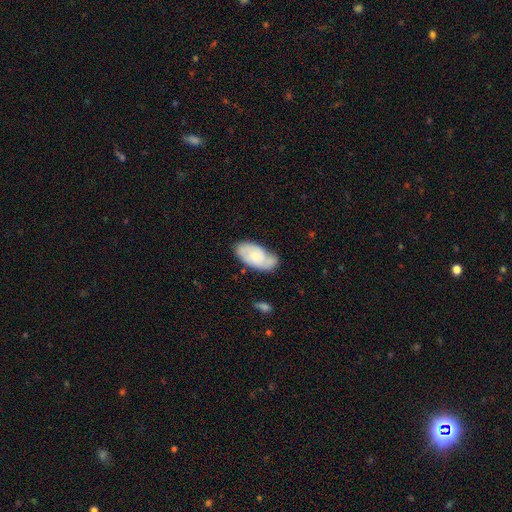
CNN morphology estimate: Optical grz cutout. It shows a smooth galaxy with no disk features (49%). Merging: none (57%).